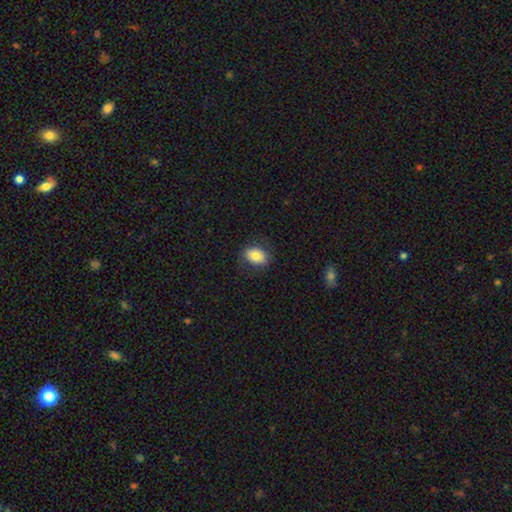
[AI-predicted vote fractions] Morphology: type=smooth (78%); roundness=in between (68%); merging=none (81%).